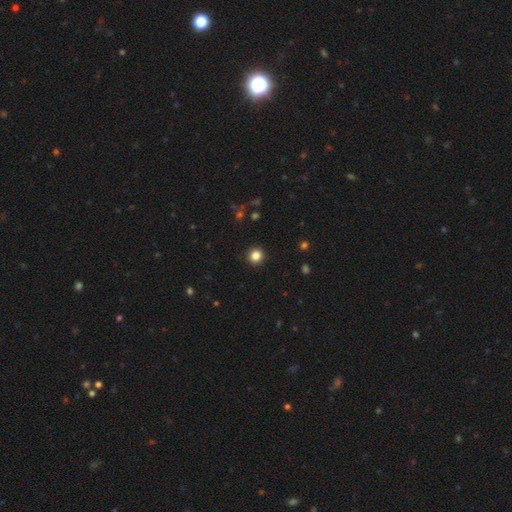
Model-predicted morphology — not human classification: This appears to be a smooth galaxy with no disk features (84%) that is round (95%). Merging: none (93%).